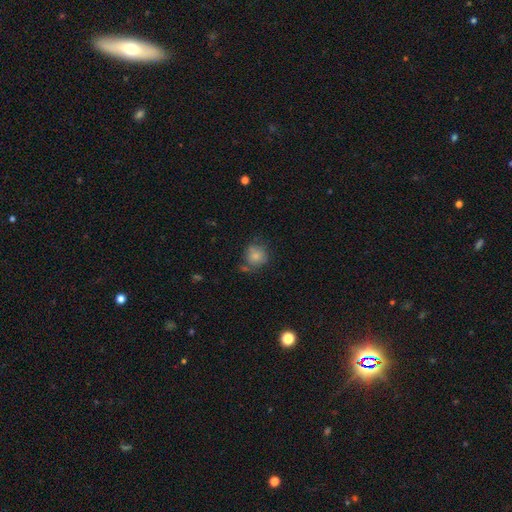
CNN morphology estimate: Smooth or featured: smooth — 80% (featured or disk — 10%)
How rounded: round — 83% (in between — 16%)
Merging: none — 62% (minor disturbance — 22%)